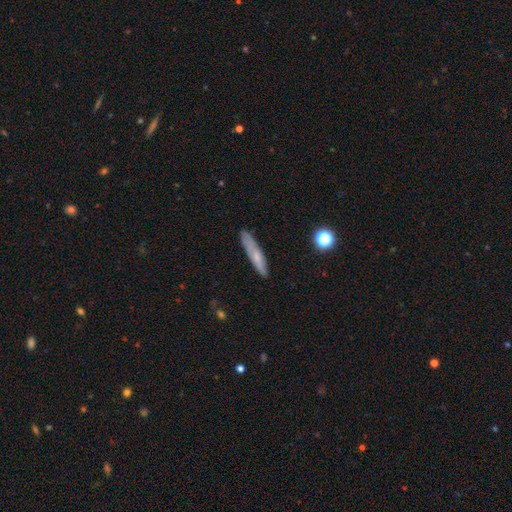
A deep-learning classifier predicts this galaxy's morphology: The model was most divided on "smooth or featured": smooth: 61%, featured or disk: 31%, star or artifact: 8%. More confident: how rounded — cigar-shaped (86%); merging — none (81%).